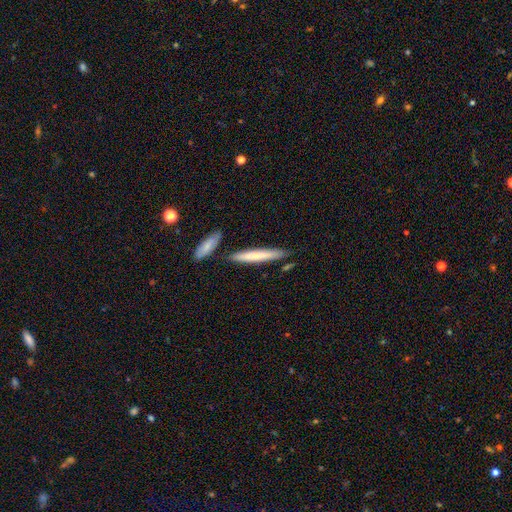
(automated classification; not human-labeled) smooth-or-featured: smooth: 69% | featured or disk: 26% | star or artifact: 5%
  how-rounded: cigar-shaped: 94% | in between: 5% | round: 1%
  merging: none: 81% | minor disturbance: 11% | merger: 6% | major disturbance: 2%